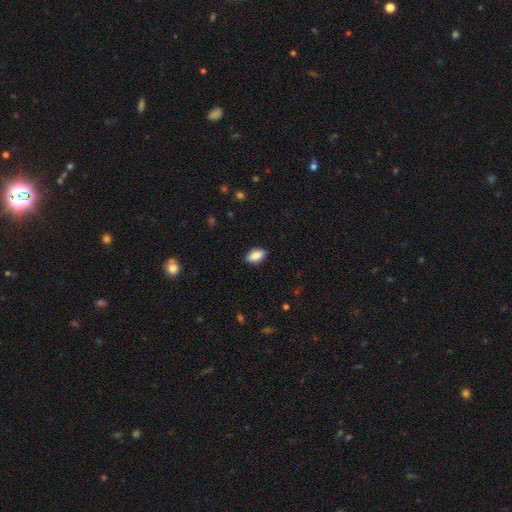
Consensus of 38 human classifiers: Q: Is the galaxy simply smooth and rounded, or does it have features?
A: smooth — 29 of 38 (76%).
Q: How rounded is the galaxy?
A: in between — 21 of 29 (72%).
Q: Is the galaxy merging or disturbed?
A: none — 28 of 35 (80%).